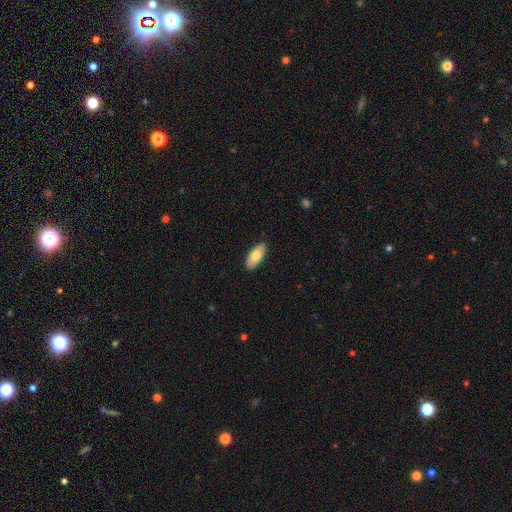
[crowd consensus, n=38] Overall: smooth (61%; featured or disk 34%). How rounded: in between (100%). Merging: none (81%).